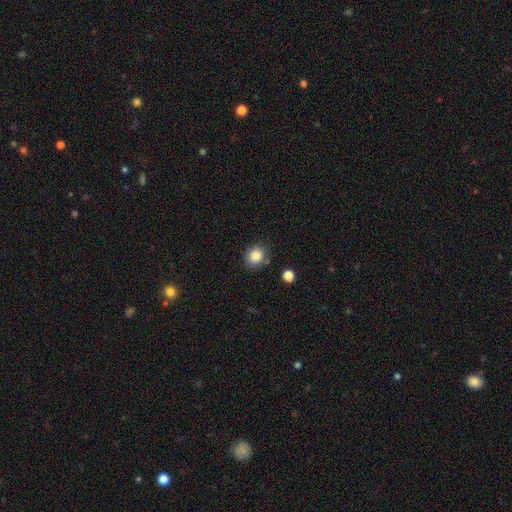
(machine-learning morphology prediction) smooth_or_featured: smooth (p=0.85) [alt: star or artifact p=0.10]
how_rounded: round (p=0.65) [alt: in between p=0.34]
merging: none (p=0.77) [alt: minor disturbance p=0.15]